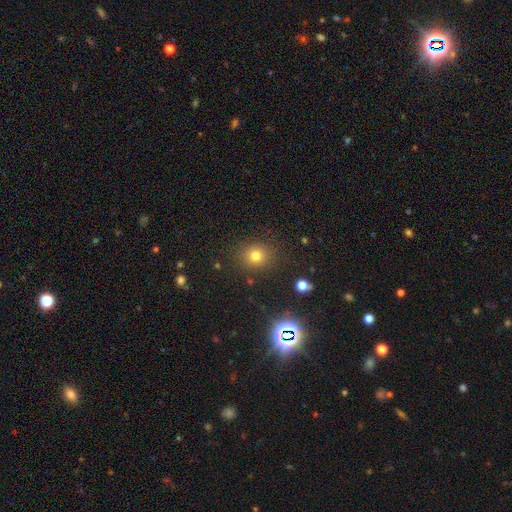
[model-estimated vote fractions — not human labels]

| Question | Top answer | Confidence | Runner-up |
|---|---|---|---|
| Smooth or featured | smooth | 75% | star or artifact (18%) |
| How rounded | round | 80% | in between (19%) |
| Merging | none | 86% | minor disturbance (9%) |